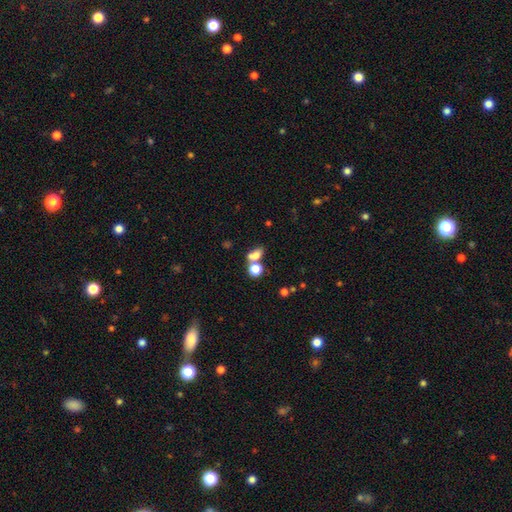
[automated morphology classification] The model was most divided on "merging": merger: 43%, none: 41%, minor disturbance: 10%, major disturbance: 6%. More confident: smooth or featured — smooth (73%); how rounded — in between (68%).